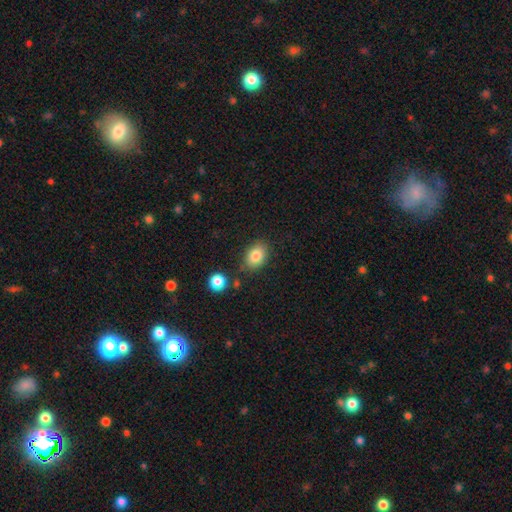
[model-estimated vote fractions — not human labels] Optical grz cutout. It shows a smooth galaxy with no disk features (83%) that is in between round and cigar-shaped (73%). Merging: none (79%).